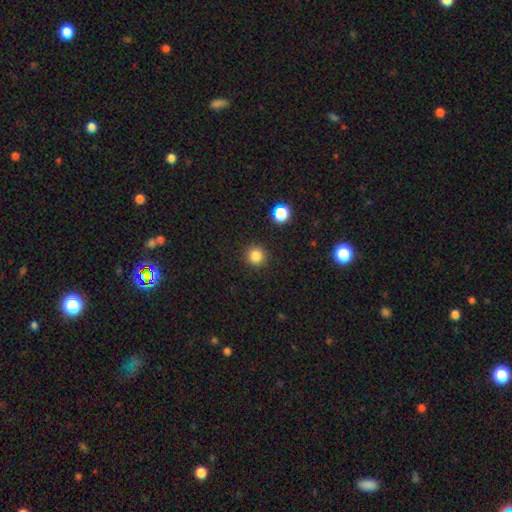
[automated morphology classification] This appears to be a smooth galaxy with no disk features (83%) that is round (95%). Merging: none (92%).